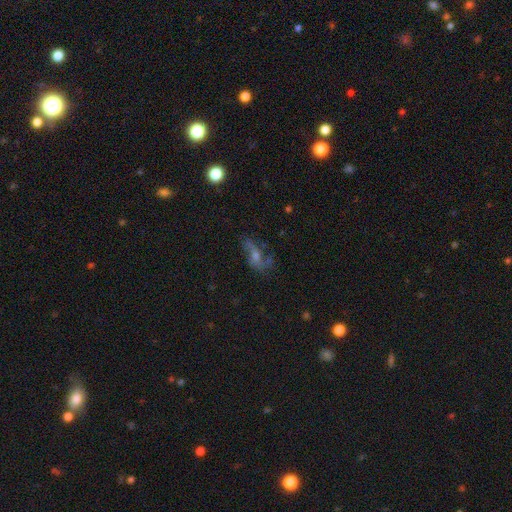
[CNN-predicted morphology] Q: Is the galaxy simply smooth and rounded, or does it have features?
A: featured or disk — 61%.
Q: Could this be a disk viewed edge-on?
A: no — 89%.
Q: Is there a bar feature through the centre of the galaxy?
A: no — 59%.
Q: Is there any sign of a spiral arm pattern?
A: yes — 76%.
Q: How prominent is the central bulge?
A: moderate — 45%.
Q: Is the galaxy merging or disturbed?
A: none — 55%.